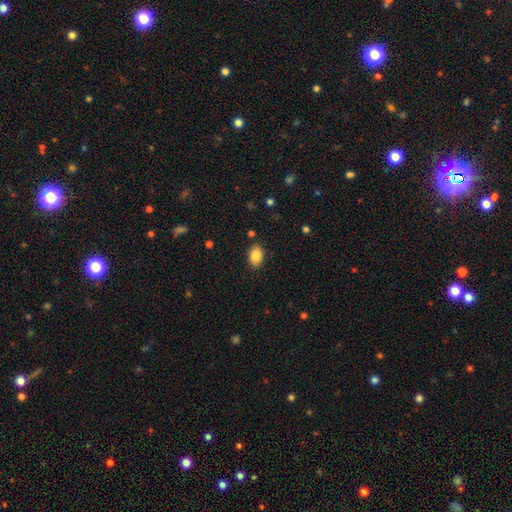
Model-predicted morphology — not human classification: Overall: smooth (86%). How rounded: in between (88%). Merging: none (87%).